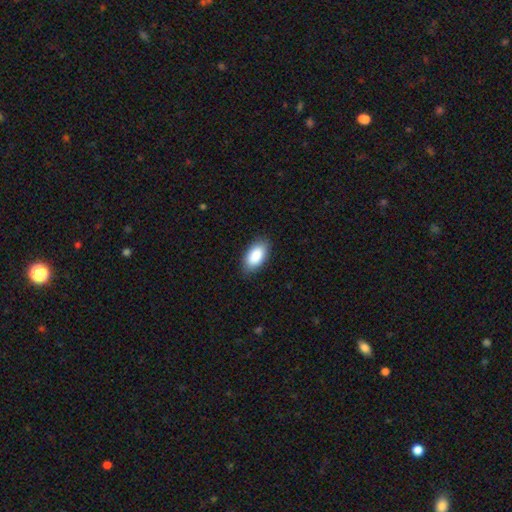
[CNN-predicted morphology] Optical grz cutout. It shows a smooth galaxy with no disk features (89%) that is in between round and cigar-shaped (95%). Merging: none (85%).